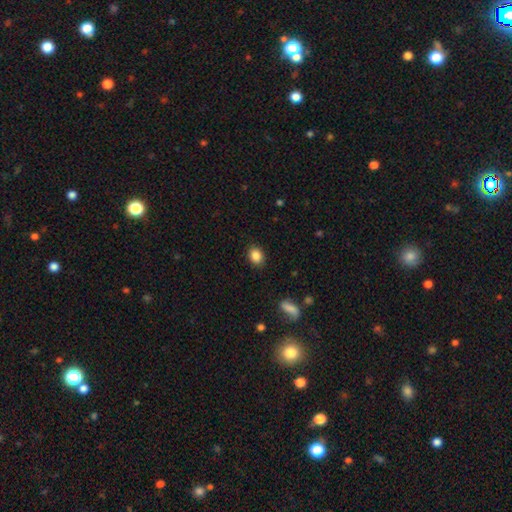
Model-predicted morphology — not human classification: This is clearly a smooth galaxy (86%). How rounded: possibly in between (53%). Merging: clearly none (88%).